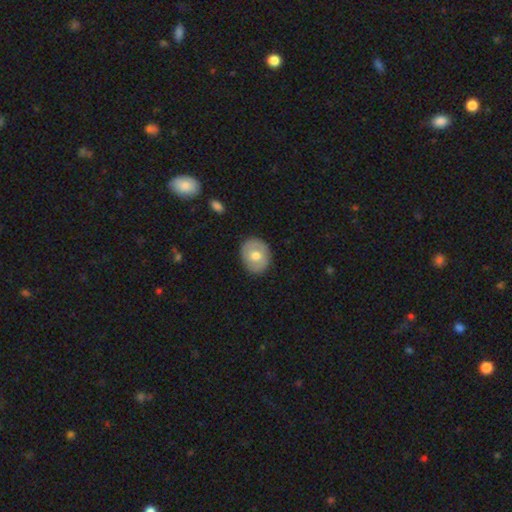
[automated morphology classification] smooth-or-featured: smooth: 53% | featured or disk: 41% | star or artifact: 6%
  how-rounded: round: 58% | in between: 41% | cigar-shaped: 1%
  merging: none: 85% | minor disturbance: 11% | major disturbance: 3% | merger: 1%